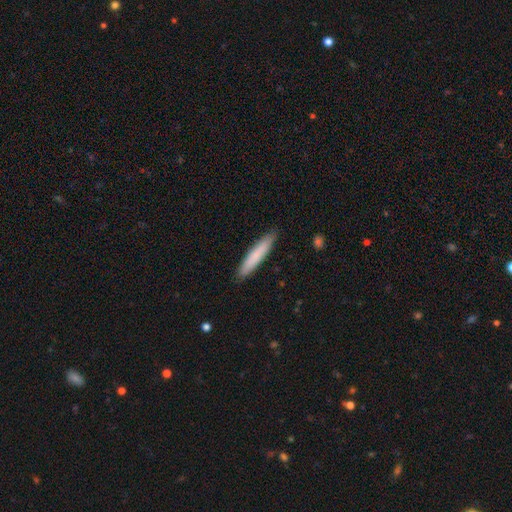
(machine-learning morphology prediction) Smooth or featured?
  - smooth: 79% *
  - featured or disk: 15%
  - star or artifact: 6%
How rounded?
  - cigar-shaped: 92% *
  - in between: 7%
  - round: 1%
Merging?
  - none: 90% *
  - minor disturbance: 8%
  - major disturbance: 1%
  - merger: 1%